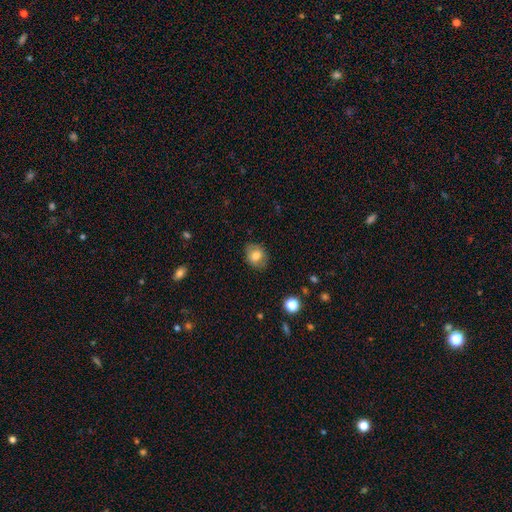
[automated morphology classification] Overall: smooth (77%). How rounded: round (55%; in between 44%). Merging: none (83%).